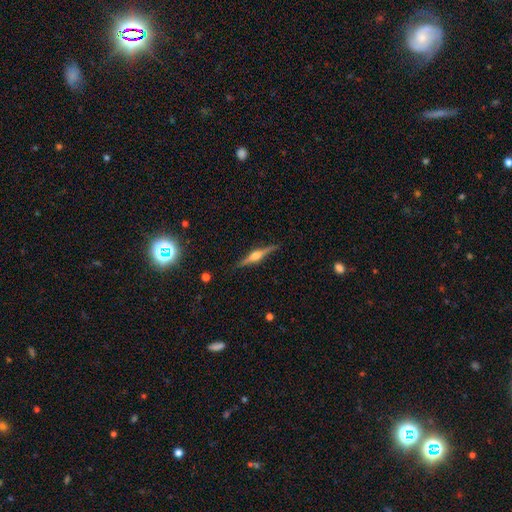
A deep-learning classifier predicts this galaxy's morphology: This is likely a featured or disk galaxy (79%). It is clearly viewed edge-on (98%). Edge-on bulge: clearly rounded (91%). Merging: clearly none (89%).